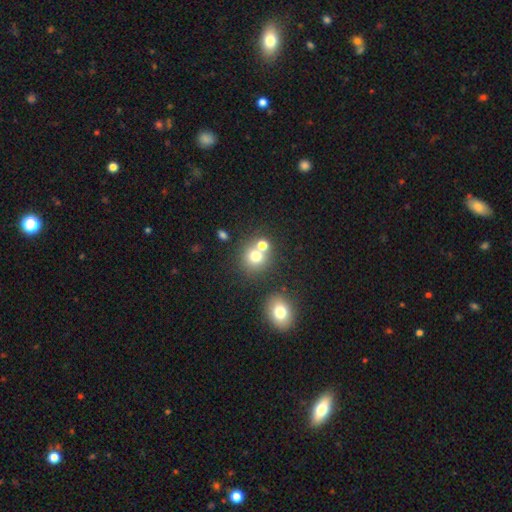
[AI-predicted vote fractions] Overall: smooth (73%). How rounded: round (85%). Merging: none (56%; merger 33%).